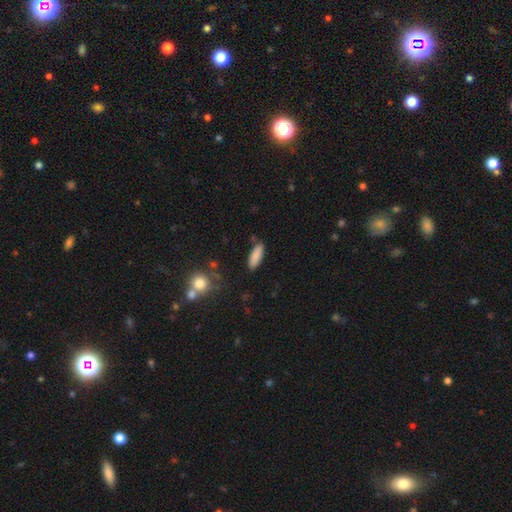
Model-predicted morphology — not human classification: smooth-or-featured: smooth: 87% | star or artifact: 7% | featured or disk: 6%
  how-rounded: in between: 59% | cigar-shaped: 40% | round: 2%
  merging: none: 81% | minor disturbance: 13% | merger: 3% | major disturbance: 3%